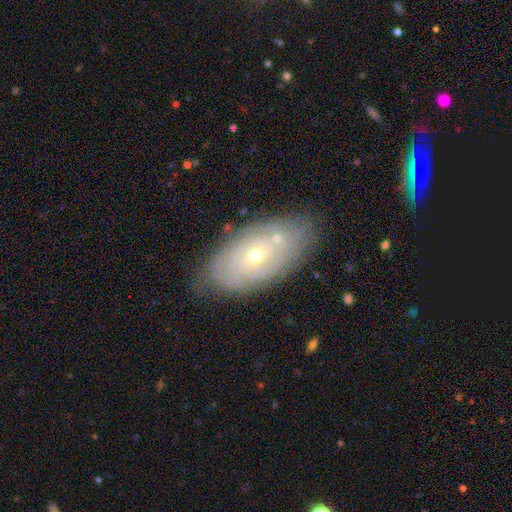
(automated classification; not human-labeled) smooth_or_featured: featured or disk (p=0.60) [alt: smooth p=0.31]
disk_edge_on: no (p=0.89) [alt: yes p=0.11]
bar: no (p=0.76) [alt: weak p=0.20]
has_spiral_arms: yes (p=0.63) [alt: no p=0.37]
bulge_size: small (p=0.59) [alt: moderate p=0.38]
merging: none (p=0.77) [alt: minor disturbance p=0.15]